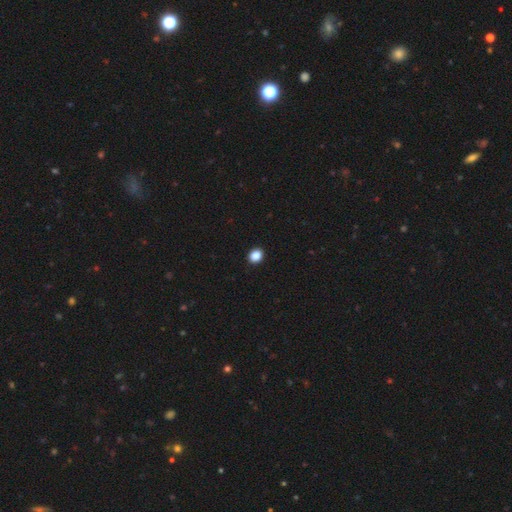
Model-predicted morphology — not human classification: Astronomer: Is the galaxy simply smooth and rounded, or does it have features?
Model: smooth — 87%.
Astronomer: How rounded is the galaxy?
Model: round — 68%.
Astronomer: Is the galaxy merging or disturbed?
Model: none — 92%.